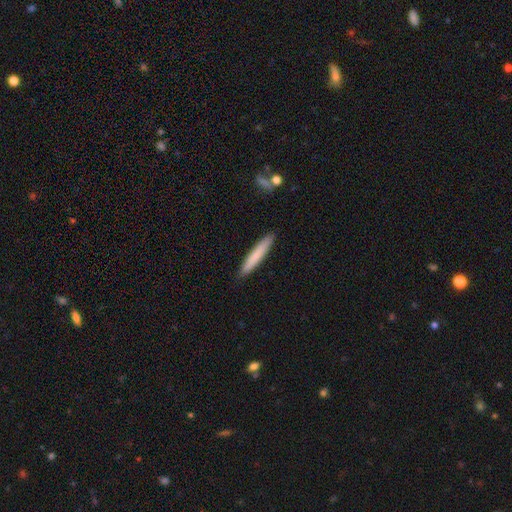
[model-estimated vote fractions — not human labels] Smooth or featured?
  - smooth: 76% *
  - featured or disk: 18%
  - star or artifact: 6%
How rounded?
  - cigar-shaped: 95% *
  - in between: 4%
  - round: 1%
Merging?
  - none: 90% *
  - minor disturbance: 7%
  - major disturbance: 1%
  - merger: 1%